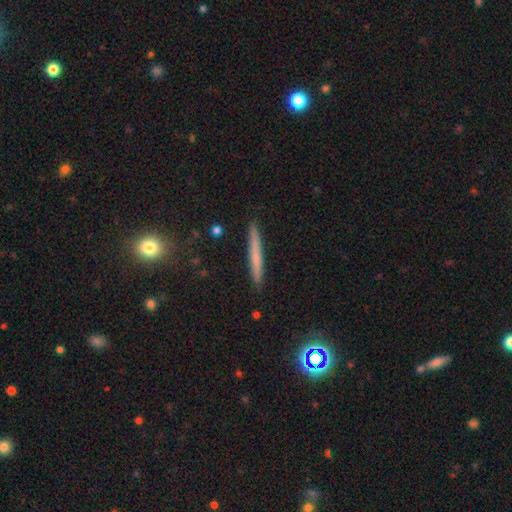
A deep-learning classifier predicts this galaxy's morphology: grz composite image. It shows a smooth galaxy with no disk features (57%) that is cigar-shaped (96%). Merging: none (91%).